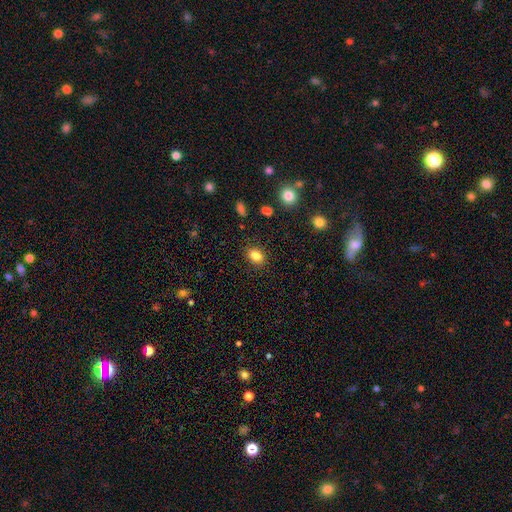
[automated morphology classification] smooth-or-featured: smooth: 83% | star or artifact: 10% | featured or disk: 6%
  how-rounded: in between: 69% | round: 30% | cigar-shaped: 1%
  merging: none: 87% | minor disturbance: 9% | major disturbance: 3% | merger: 1%